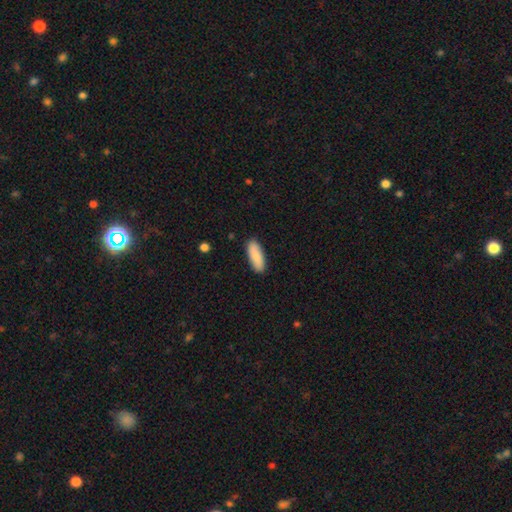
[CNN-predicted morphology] smooth-or-featured: smooth: 84% | featured or disk: 10% | star or artifact: 5%
  how-rounded: in between: 67% | cigar-shaped: 31% | round: 2%
  merging: none: 88% | minor disturbance: 9% | major disturbance: 2% | merger: 1%